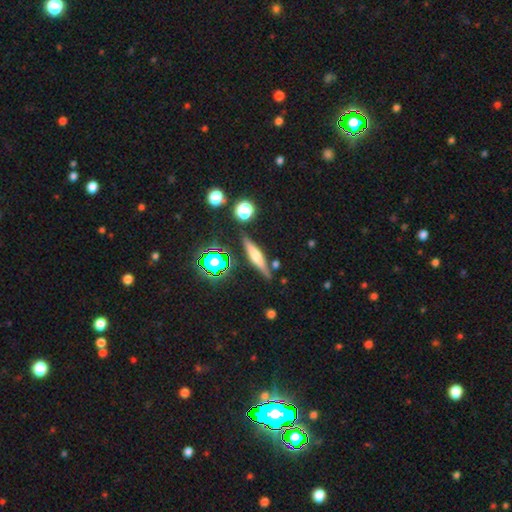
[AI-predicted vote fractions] Smooth or featured? Predicted: featured or disk (p=0.49). Merging? Predicted: none (p=0.81).